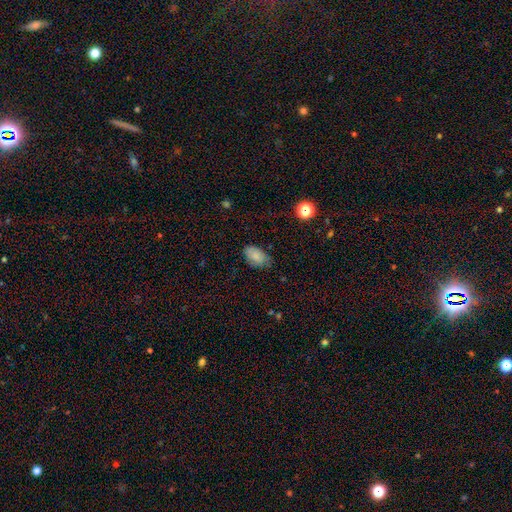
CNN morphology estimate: Q: Smooth or featured?
A: smooth (83%); runner-up: star or artifact (9%)
Q: How rounded?
A: in between (90%); runner-up: round (8%)
Q: Merging?
A: none (67%); runner-up: minor disturbance (26%)